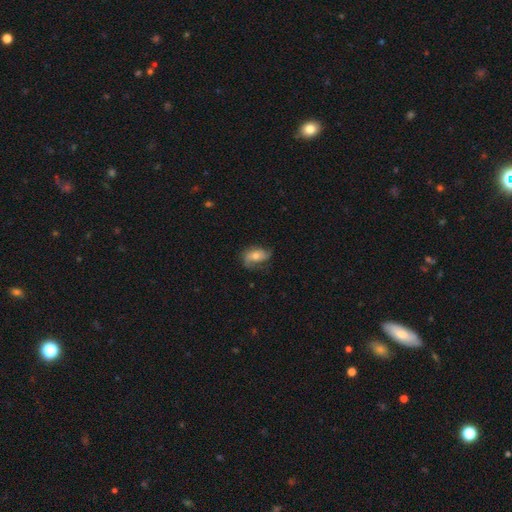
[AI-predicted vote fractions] Smooth or featured: featured or disk — 52% (smooth — 39%)
Edge-on disk: no — 94% (yes — 6%)
Merging: none — 56% (minor disturbance — 27%)